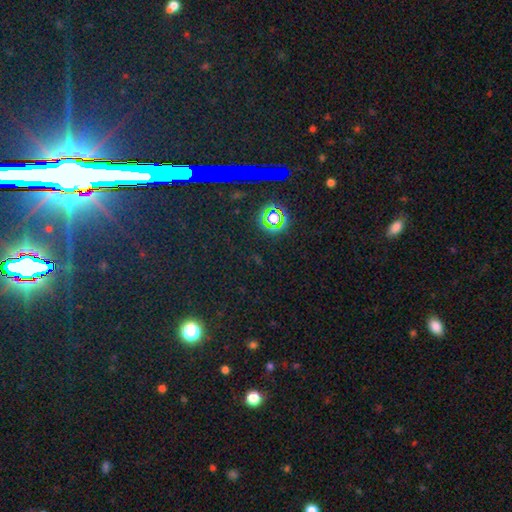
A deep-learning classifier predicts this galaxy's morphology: Overall: star or artifact (78%).